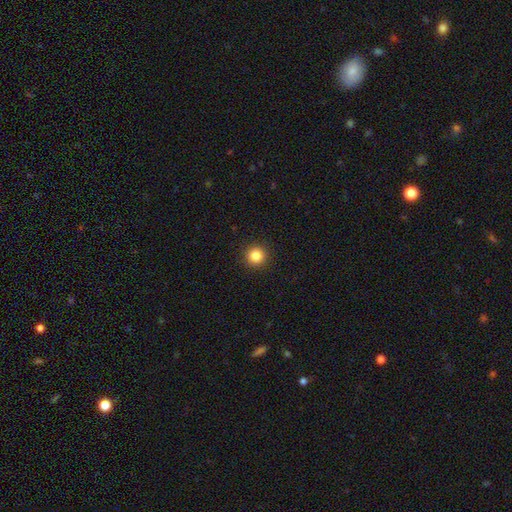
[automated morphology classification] smooth 85%, star or artifact 11%, featured or disk 4%. Down the decision tree: how rounded — round (95%); merging — none (93%).